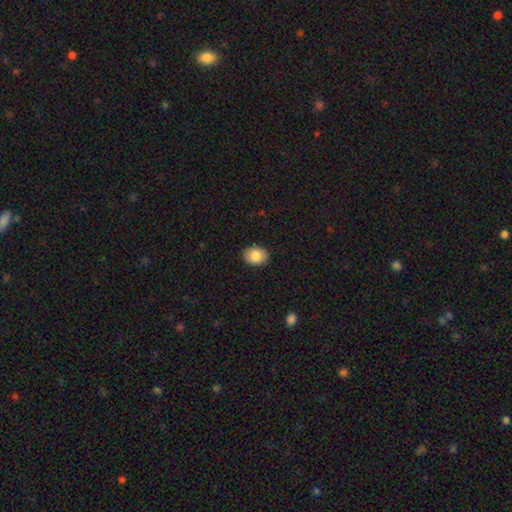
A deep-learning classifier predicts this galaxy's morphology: This is clearly a smooth galaxy (87%). How rounded: likely in between (65%). Merging: clearly none (89%).